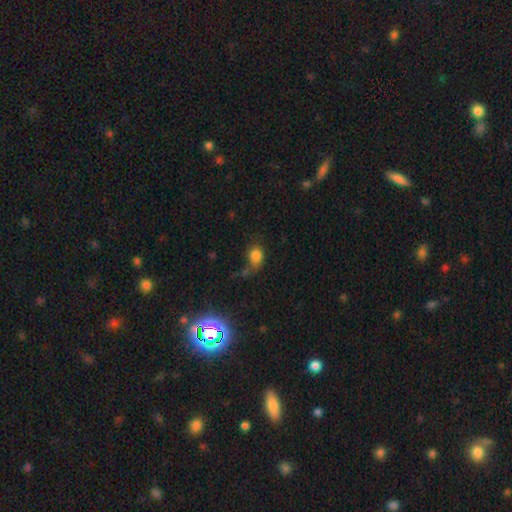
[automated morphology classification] Q: Smooth or featured?
A: smooth (78%); runner-up: star or artifact (15%)
Q: How rounded?
A: round (54%); runner-up: in between (44%)
Q: Merging?
A: none (48%); runner-up: minor disturbance (24%)